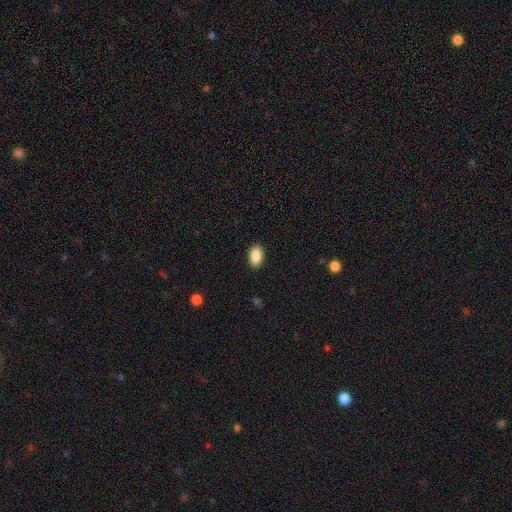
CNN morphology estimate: A smooth galaxy with no disk features (88%) that is in between round and cigar-shaped (91%). Merging: none (90%).